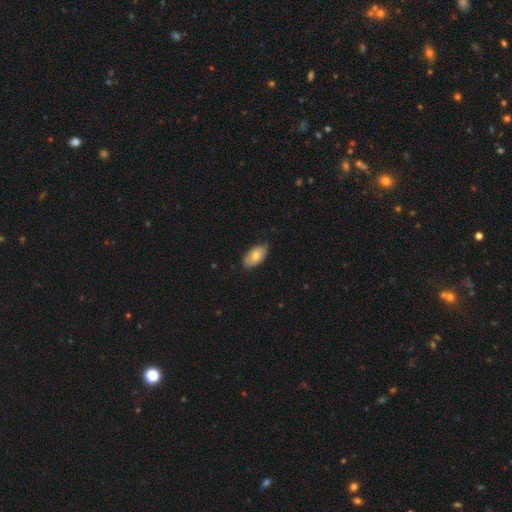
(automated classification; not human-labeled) A smooth galaxy with no disk features (74%) that is in between round and cigar-shaped (94%). Merging: none (76%).